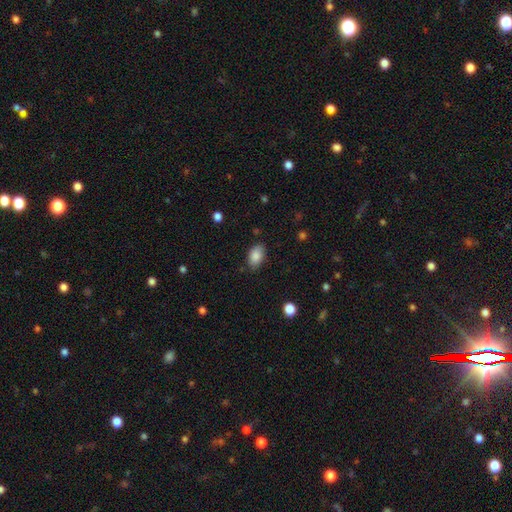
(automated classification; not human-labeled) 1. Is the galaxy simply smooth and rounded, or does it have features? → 87% smooth, 7% star or artifact, 5% featured or disk.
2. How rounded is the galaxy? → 90% in between, 9% round, 1% cigar-shaped.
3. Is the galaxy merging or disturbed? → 81% none, 14% minor disturbance, 3% major disturbance, 1% merger.